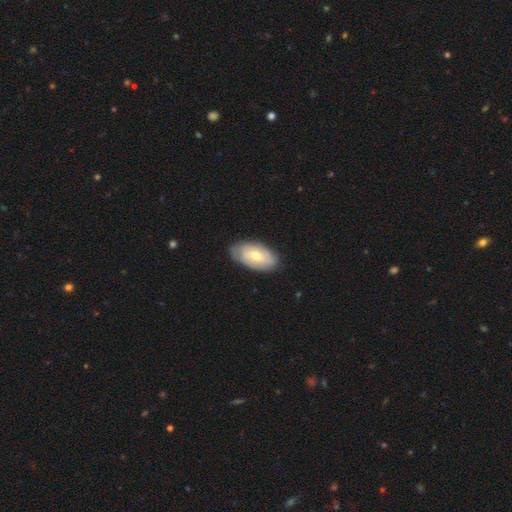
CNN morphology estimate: type=smooth (52%); roundness=in between (93%); merging=none (78%).